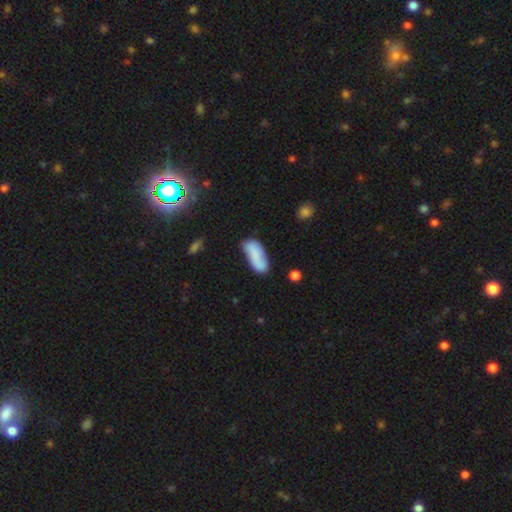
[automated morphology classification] A smooth galaxy with no disk features (73%) that is in between round and cigar-shaped (80%).

Vote fractions:
- Smooth or featured? smooth: 73% / featured or disk: 20% / star or artifact: 7%
- How rounded? in between: 80% / cigar-shaped: 18% / round: 2%
- Merging? none: 58% / minor disturbance: 25% / merger: 9% / major disturbance: 8%